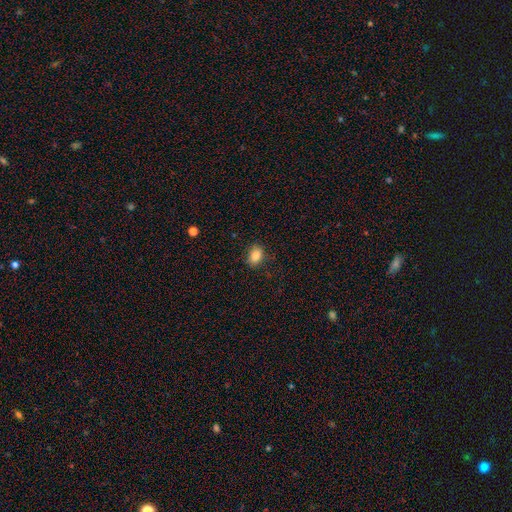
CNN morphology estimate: This is clearly a smooth galaxy (86%). How rounded: likely in between (75%). Merging: clearly none (82%).